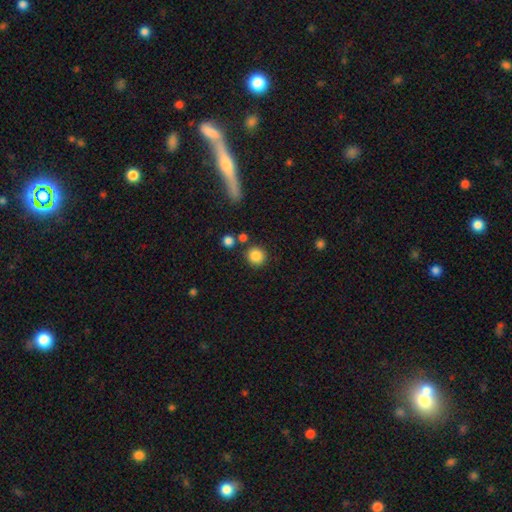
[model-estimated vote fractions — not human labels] A smooth galaxy with no disk features (86%) that is round (90%). Merging: none (82%).